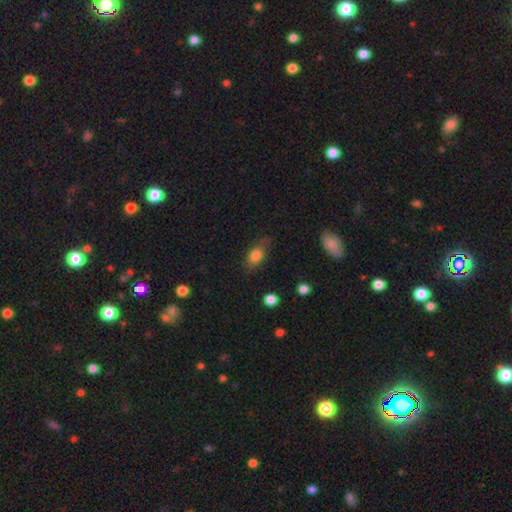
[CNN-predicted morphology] This appears to be a smooth galaxy with no disk features (78%) that is in between round and cigar-shaped (80%). Merging: none (68%).